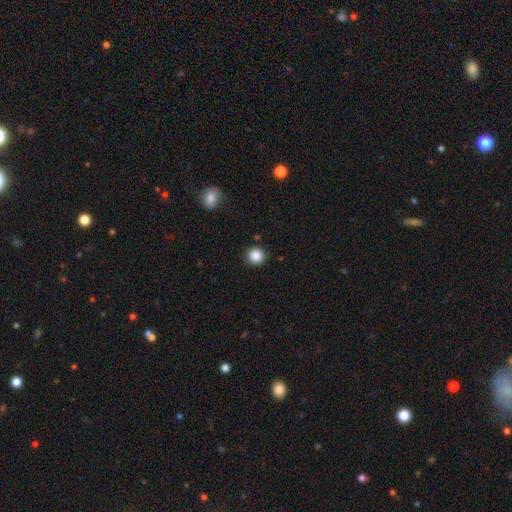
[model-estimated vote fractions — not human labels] Smooth or featured?
  - smooth: 87% *
  - star or artifact: 10%
  - featured or disk: 3%
How rounded?
  - round: 94% *
  - in between: 5%
  - cigar-shaped: 1%
Merging?
  - none: 90% *
  - minor disturbance: 7%
  - major disturbance: 2%
  - merger: 2%